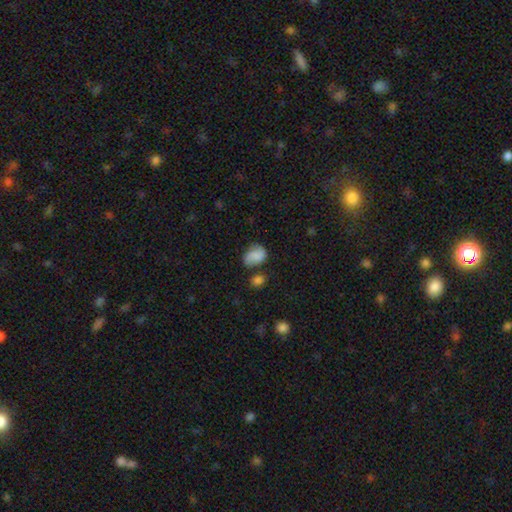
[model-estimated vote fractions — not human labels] Smooth or featured? Predicted: smooth (p=0.69). How rounded? Predicted: in between (p=0.65). Merging? Predicted: none (p=0.54).